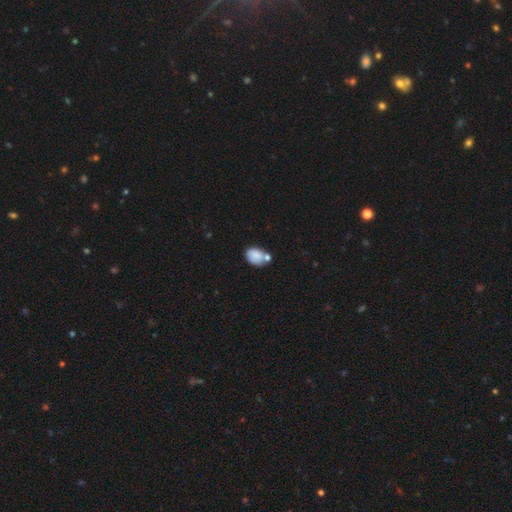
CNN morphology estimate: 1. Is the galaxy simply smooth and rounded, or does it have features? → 82% smooth, 10% featured or disk, 8% star or artifact.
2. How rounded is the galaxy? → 81% in between, 18% round, 1% cigar-shaped.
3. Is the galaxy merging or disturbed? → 43% none, 32% merger, 19% minor disturbance, 6% major disturbance.